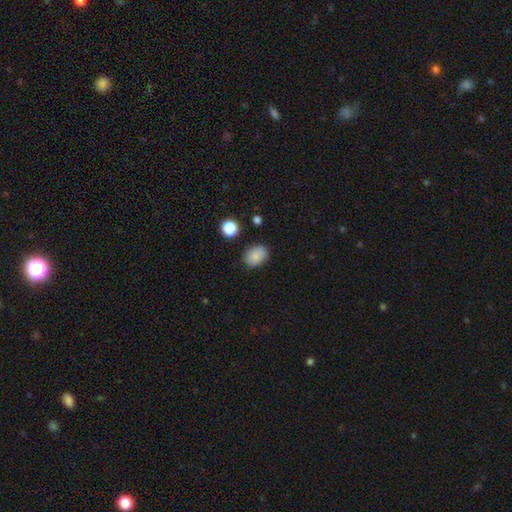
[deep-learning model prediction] A smooth galaxy with no disk features (84%) that is in between round and cigar-shaped (64%).

Vote fractions:
- Smooth or featured? smooth: 84% / star or artifact: 9% / featured or disk: 7%
- How rounded? in between: 64% / round: 35% / cigar-shaped: 1%
- Merging? none: 80% / minor disturbance: 15% / major disturbance: 3% / merger: 2%